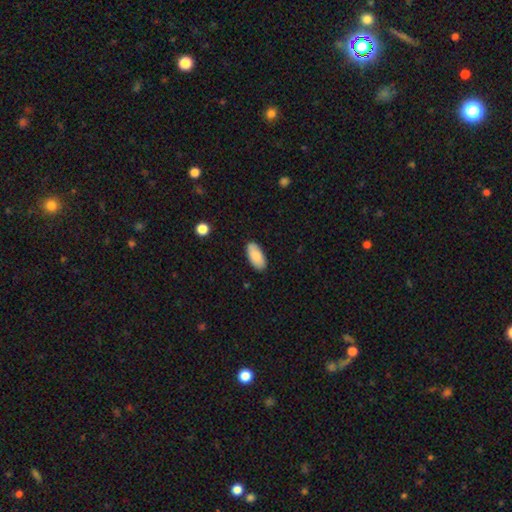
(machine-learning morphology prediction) Smooth or featured? smooth (86%)
How rounded? in between (93%)
Merging? none (87%)